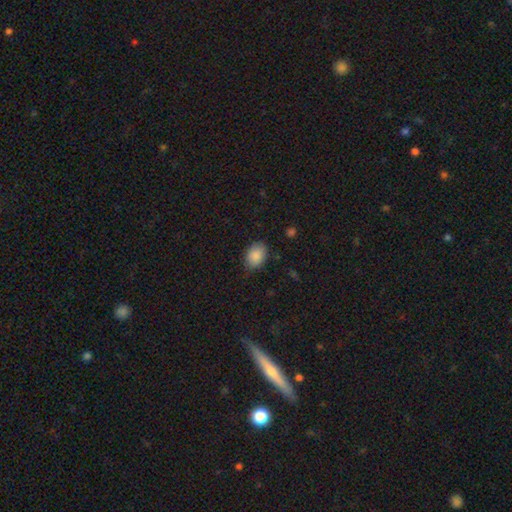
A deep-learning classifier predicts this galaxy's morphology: Q: Smooth or featured?
A: smooth (88%); runner-up: star or artifact (8%)
Q: How rounded?
A: in between (74%); runner-up: round (25%)
Q: Merging?
A: none (75%); runner-up: minor disturbance (20%)